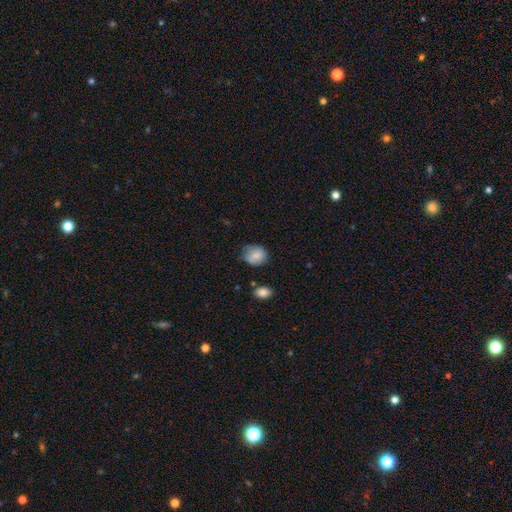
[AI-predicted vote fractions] smooth_or_featured: smooth (p=0.80) [alt: featured or disk p=0.12]
how_rounded: round (p=0.65) [alt: in between p=0.34]
merging: none (p=0.59) [alt: minor disturbance p=0.31]